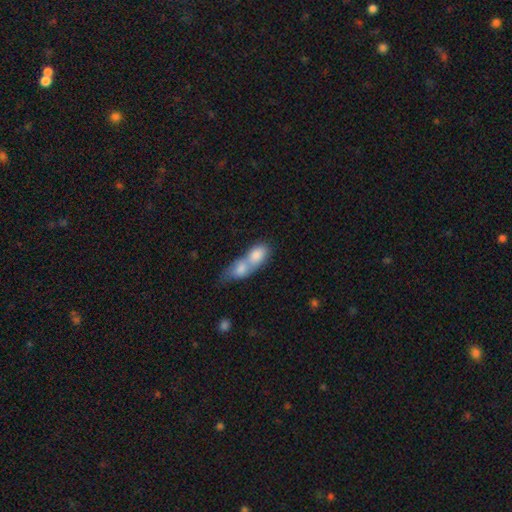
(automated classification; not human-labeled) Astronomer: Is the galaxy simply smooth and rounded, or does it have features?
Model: smooth — 76%.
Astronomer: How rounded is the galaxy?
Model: in between — 76%.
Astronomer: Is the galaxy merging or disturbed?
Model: merger — 78%.